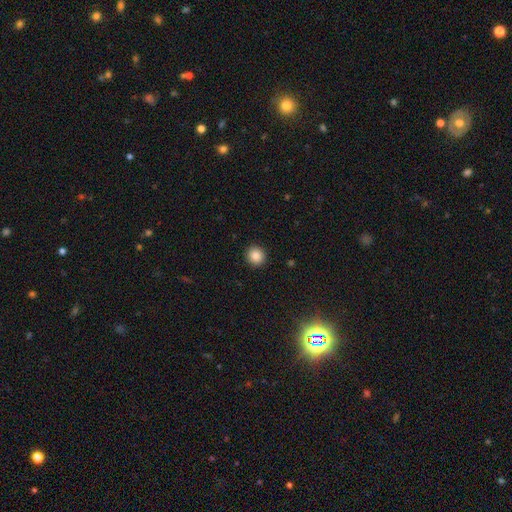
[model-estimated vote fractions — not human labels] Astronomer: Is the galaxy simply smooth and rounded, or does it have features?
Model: smooth — 86%.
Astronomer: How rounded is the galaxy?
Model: round — 94%.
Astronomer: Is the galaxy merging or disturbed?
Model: none — 92%.